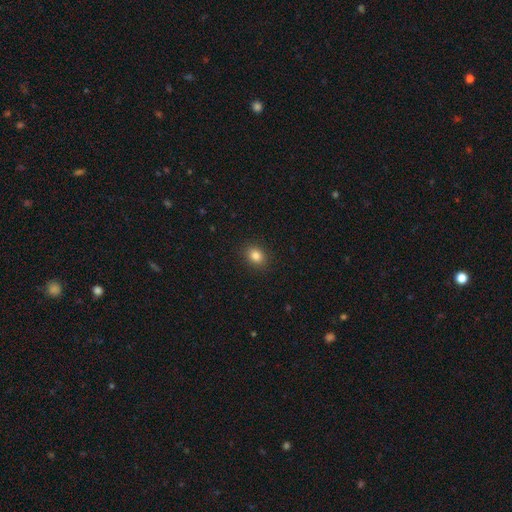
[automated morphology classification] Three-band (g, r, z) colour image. It shows a smooth galaxy with no disk features (84%) that is in between round and cigar-shaped (56%). Merging: none (90%).